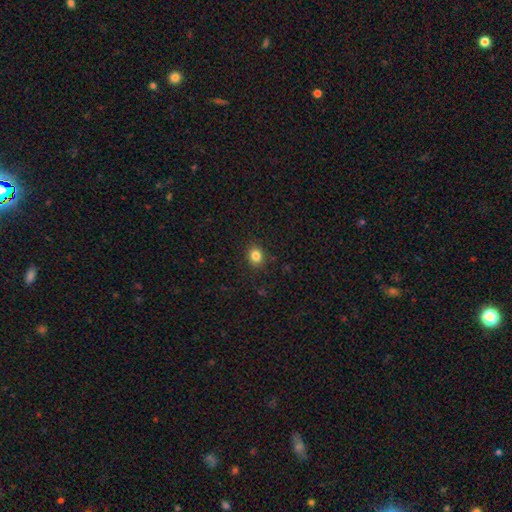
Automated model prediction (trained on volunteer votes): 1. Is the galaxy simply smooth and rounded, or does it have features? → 83% smooth, 12% star or artifact, 5% featured or disk.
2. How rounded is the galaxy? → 70% round, 30% in between, 1% cigar-shaped.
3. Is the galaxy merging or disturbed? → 89% none, 8% minor disturbance, 2% major disturbance, 1% merger.